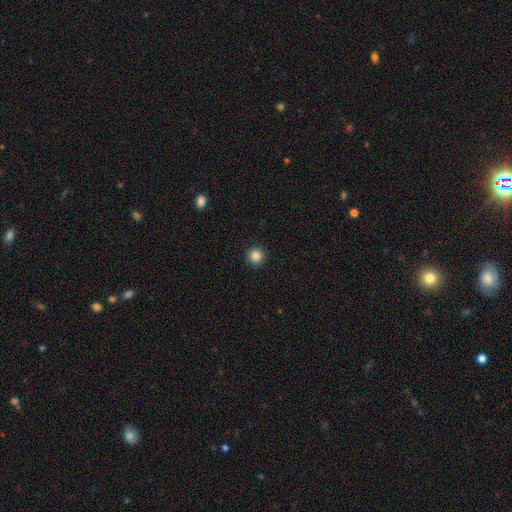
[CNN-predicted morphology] smooth-or-featured: smooth: 86% | star or artifact: 10% | featured or disk: 4%
  how-rounded: round: 95% | in between: 4% | cigar-shaped: 1%
  merging: none: 91% | minor disturbance: 6% | major disturbance: 2% | merger: 1%